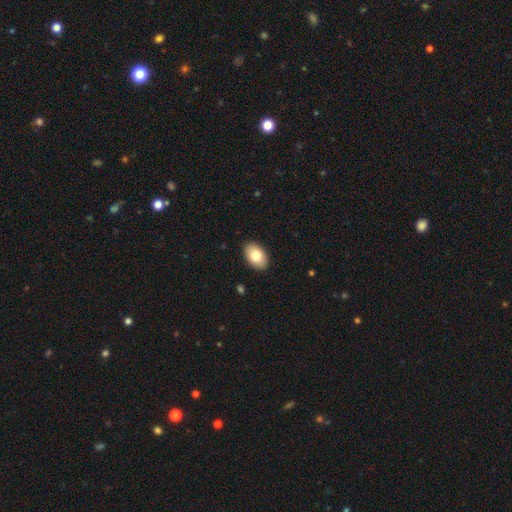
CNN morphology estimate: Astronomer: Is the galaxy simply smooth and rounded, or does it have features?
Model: smooth — 81%.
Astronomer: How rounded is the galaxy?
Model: in between — 90%.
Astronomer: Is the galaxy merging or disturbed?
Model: none — 90%.